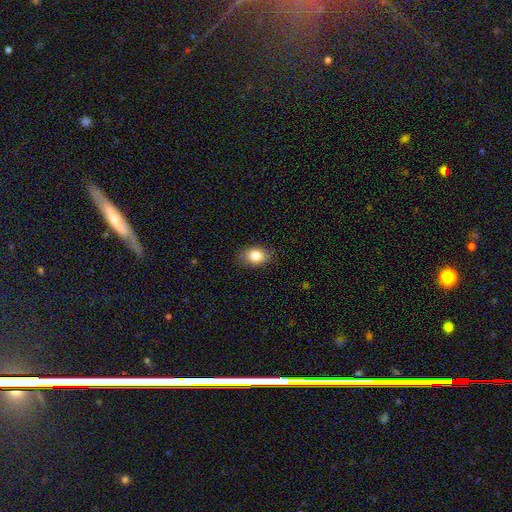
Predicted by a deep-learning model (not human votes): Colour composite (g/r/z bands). It shows a smooth galaxy with no disk features (83%) that is in between round and cigar-shaped (72%). Merging: none (84%).